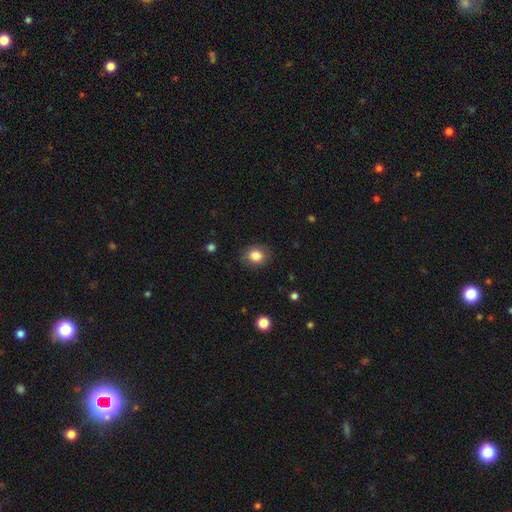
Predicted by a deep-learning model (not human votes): smooth 84%, star or artifact 9%, featured or disk 6%. Down the decision tree: how rounded — round (63%); merging — none (83%).